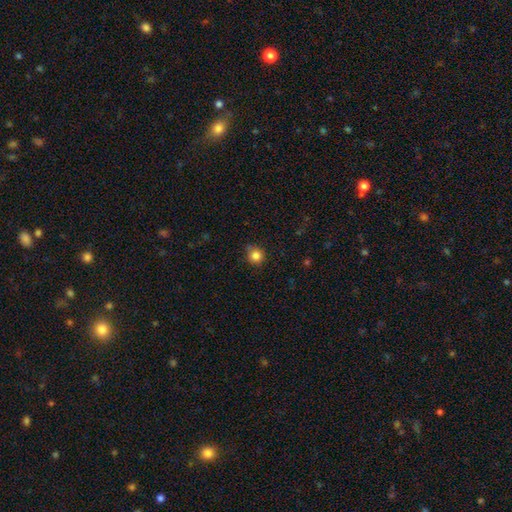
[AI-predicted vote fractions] Smooth or featured? smooth (84%)
How rounded? round (91%)
Merging? none (80%)